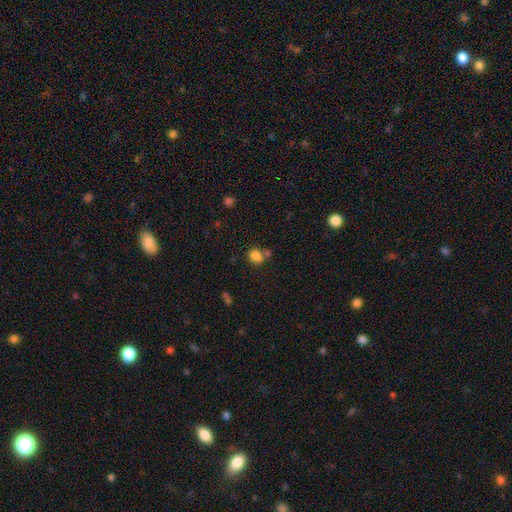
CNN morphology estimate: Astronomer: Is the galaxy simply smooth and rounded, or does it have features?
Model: smooth — 83%.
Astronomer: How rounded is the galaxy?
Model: round — 72%.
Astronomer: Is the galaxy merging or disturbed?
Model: none — 58%.